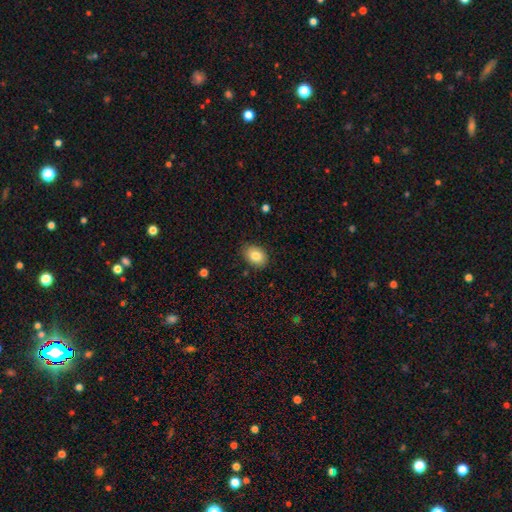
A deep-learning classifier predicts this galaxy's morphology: Smooth or featured?
  - smooth: 84% *
  - featured or disk: 8%
  - star or artifact: 8%
How rounded?
  - in between: 75% *
  - round: 24%
  - cigar-shaped: 1%
Merging?
  - none: 86% *
  - minor disturbance: 11%
  - major disturbance: 2%
  - merger: 1%